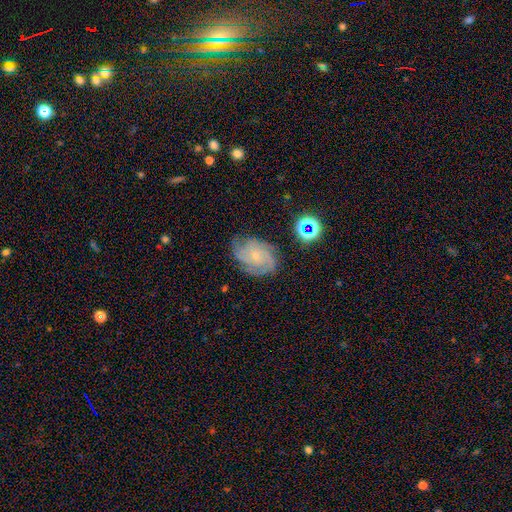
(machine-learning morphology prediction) The model was most divided on "spiral arm count": 3: 34%, 4: 21%, can't tell: 20%, 2: 13%, more than 4: 6%, 1: 6%. More confident: edge-on disk — no (97%); spiral arms — yes (96%); smooth or featured — featured or disk (80%); bulge size — small (78%); bar — no (76%); merging — none (72%); spiral winding — tight (57%).